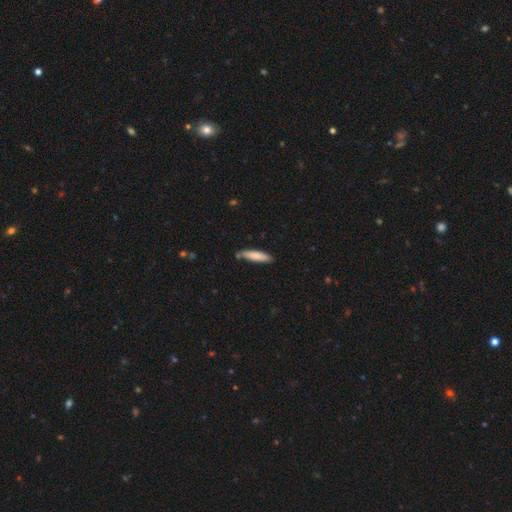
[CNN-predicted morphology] Smooth or featured?
  - smooth: 81% *
  - featured or disk: 13%
  - star or artifact: 6%
How rounded?
  - cigar-shaped: 79% *
  - in between: 20%
  - round: 1%
Merging?
  - none: 79% *
  - minor disturbance: 15%
  - merger: 4%
  - major disturbance: 2%